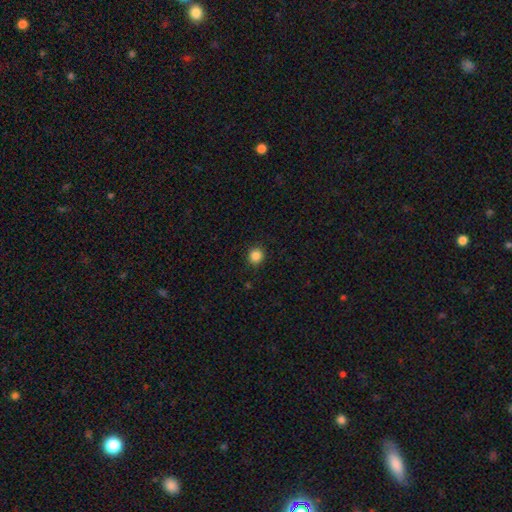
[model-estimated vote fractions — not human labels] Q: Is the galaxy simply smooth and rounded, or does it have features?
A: smooth — 86%.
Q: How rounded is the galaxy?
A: round — 90%.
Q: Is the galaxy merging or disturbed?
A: none — 91%.